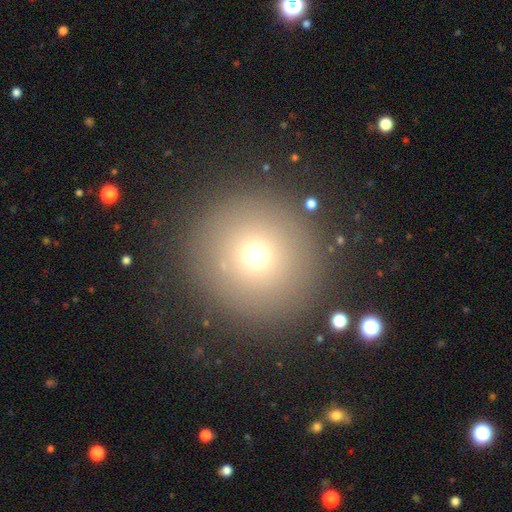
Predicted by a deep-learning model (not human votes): Smooth or featured?
  - smooth: 70% *
  - star or artifact: 19%
  - featured or disk: 11%
How rounded?
  - round: 95% *
  - in between: 4%
  - cigar-shaped: 1%
Merging?
  - none: 88% *
  - minor disturbance: 6%
  - major disturbance: 4%
  - merger: 2%